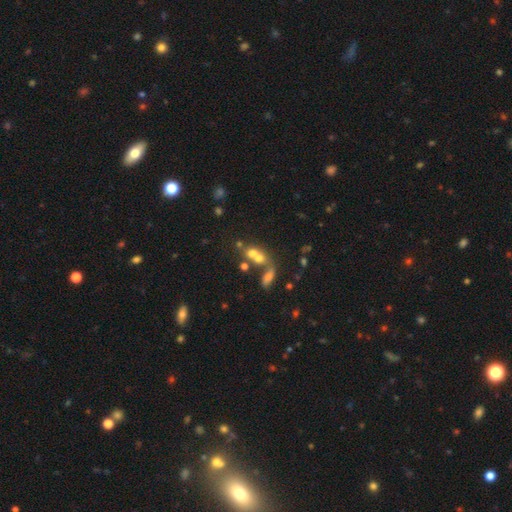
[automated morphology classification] smooth 60%, featured or disk 23%, star or artifact 16%. Down the decision tree: how rounded — round (52%); merging — merger (60%).